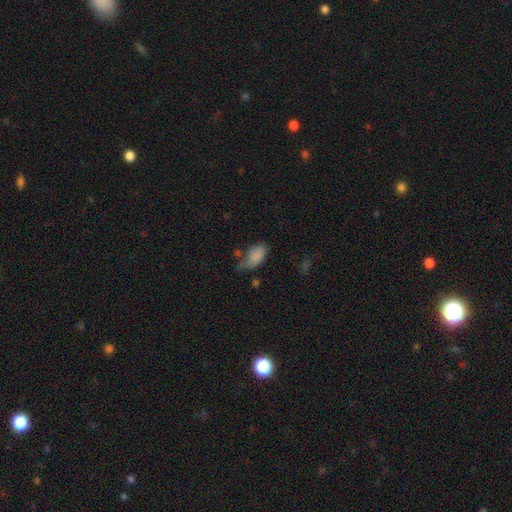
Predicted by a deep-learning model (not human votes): Morphology: type=smooth (84%); roundness=in between (93%); merging=none (43%).